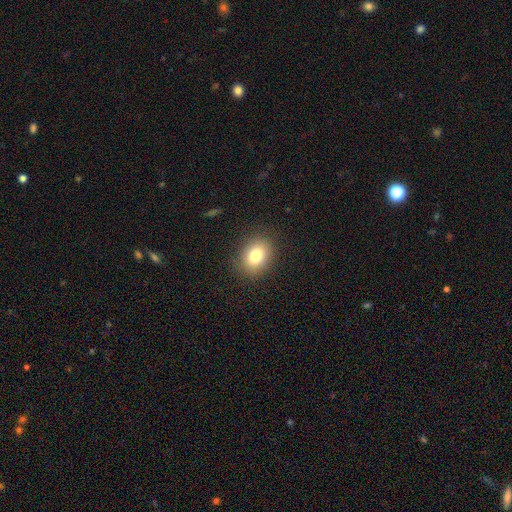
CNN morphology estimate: A smooth galaxy with no disk features (80%) that is in between round and cigar-shaped (60%).

Vote fractions:
- Smooth or featured? smooth: 80% / star or artifact: 11% / featured or disk: 10%
- How rounded? in between: 60% / round: 39% / cigar-shaped: 1%
- Merging? none: 87% / minor disturbance: 9% / major disturbance: 3% / merger: 1%